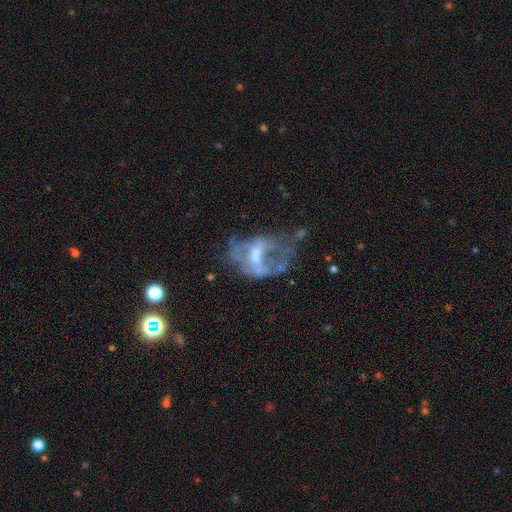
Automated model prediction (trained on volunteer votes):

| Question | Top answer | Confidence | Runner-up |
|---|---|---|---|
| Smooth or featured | featured or disk | 66% | smooth (21%) |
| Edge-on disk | no | 96% | yes (4%) |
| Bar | no | 58% | weak (32%) |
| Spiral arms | no | 73% | yes (27%) |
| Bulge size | moderate | 38% | small (31%) |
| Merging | major disturbance | 43% | none (27%) |